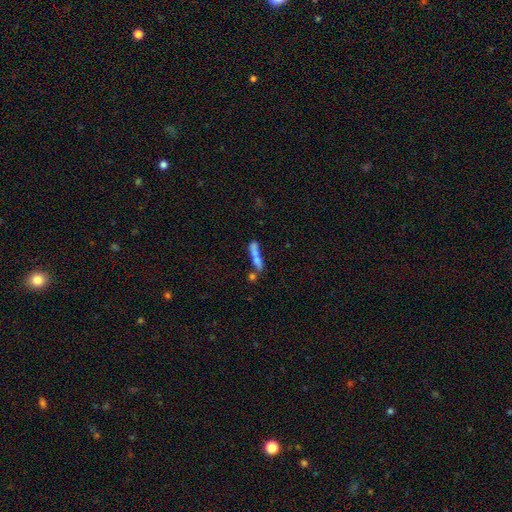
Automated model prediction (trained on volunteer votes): Smooth or featured?
  - smooth: 55% *
  - featured or disk: 33%
  - star or artifact: 12%
How rounded?
  - cigar-shaped: 71% *
  - in between: 23%
  - round: 5%
Merging?
  - merger: 47% *
  - none: 31%
  - minor disturbance: 12%
  - major disturbance: 10%